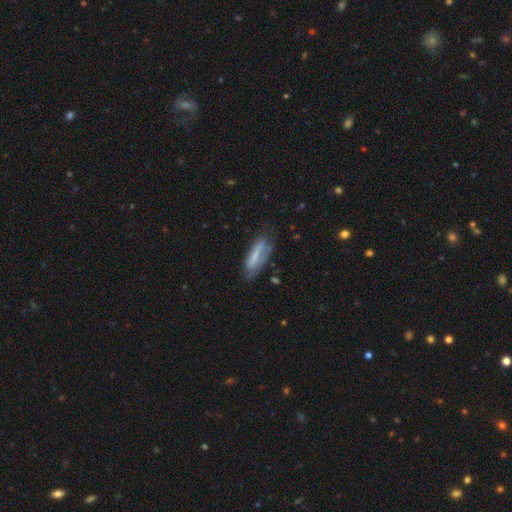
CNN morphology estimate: A smooth galaxy with no disk features (59%) that is cigar-shaped (51%).

Vote fractions:
- Smooth or featured? smooth: 59% / featured or disk: 33% / star or artifact: 8%
- How rounded? cigar-shaped: 51% / in between: 47% / round: 2%
- Merging? none: 59% / minor disturbance: 27% / major disturbance: 11% / merger: 3%